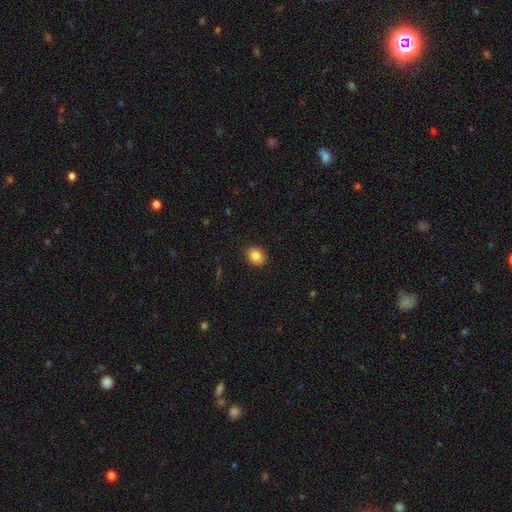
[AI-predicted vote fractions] Q: Smooth or featured?
A: smooth (86%); runner-up: star or artifact (9%)
Q: How rounded?
A: round (62%); runner-up: in between (37%)
Q: Merging?
A: none (90%); runner-up: minor disturbance (7%)